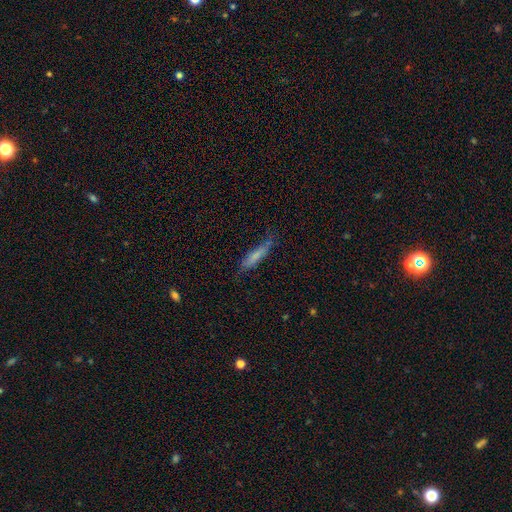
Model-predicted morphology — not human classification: Smooth or featured? Predicted: smooth (p=0.68). How rounded? Predicted: cigar-shaped (p=0.77). Merging? Predicted: none (p=0.56).